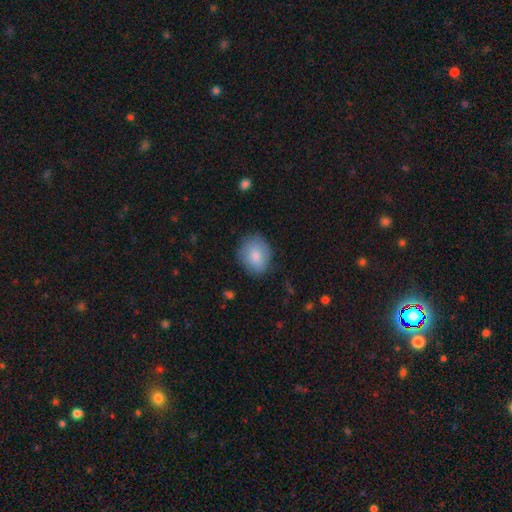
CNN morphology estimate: Q: Smooth or featured?
A: smooth (82%); runner-up: featured or disk (11%)
Q: How rounded?
A: round (63%); runner-up: in between (36%)
Q: Merging?
A: none (77%); runner-up: minor disturbance (17%)